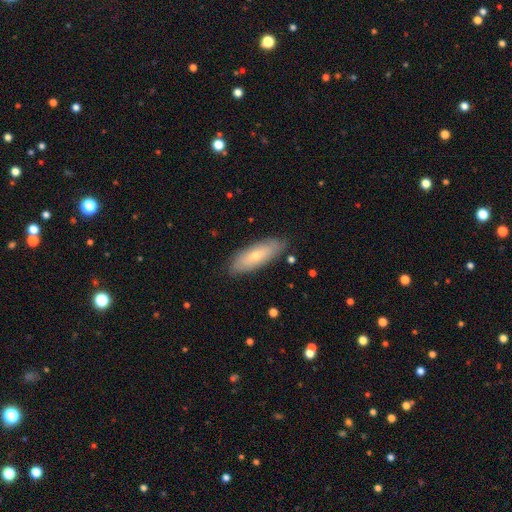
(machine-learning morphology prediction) This appears to be a smooth galaxy with no disk features (59%) that is in between round and cigar-shaped (61%). Merging: none (85%).